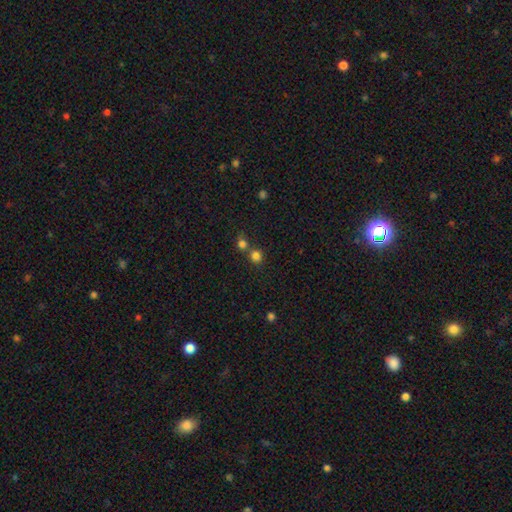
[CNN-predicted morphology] Overall: smooth (78%). How rounded: round (89%). Merging: none (59%; merger 32%).